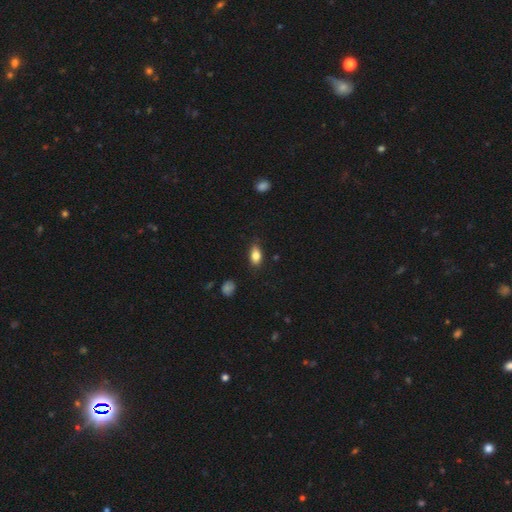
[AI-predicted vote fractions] Smooth or featured? smooth (82%)
How rounded? in between (87%)
Merging? none (77%)